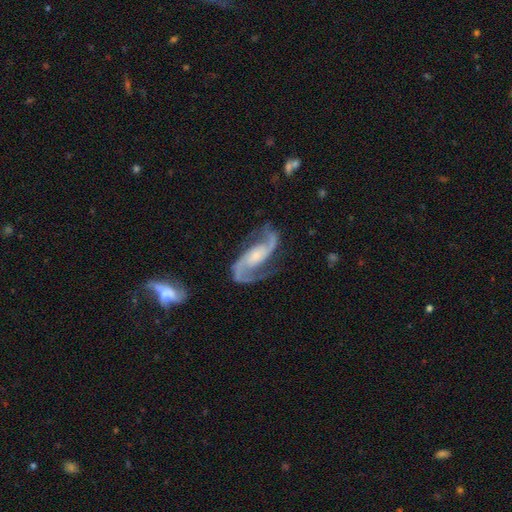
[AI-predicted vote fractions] The model was most divided on "spiral winding": medium: 51%, loose: 35%, tight: 14%. Remaining: spiral arms — yes (98%); edge-on disk — no (97%); spiral arm count — 2 (93%); smooth or featured — featured or disk (92%); merging — none (73%); bulge size — small (53%); bar — no (50%).